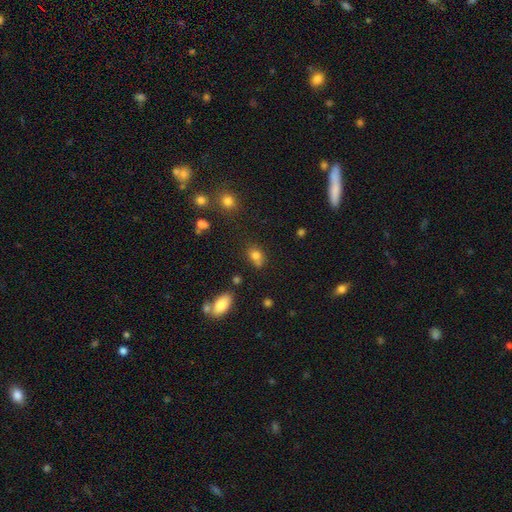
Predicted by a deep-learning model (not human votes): Smooth or featured: smooth — 78% (star or artifact — 13%)
How rounded: in between — 62% (round — 36%)
Merging: none — 57% (minor disturbance — 22%)